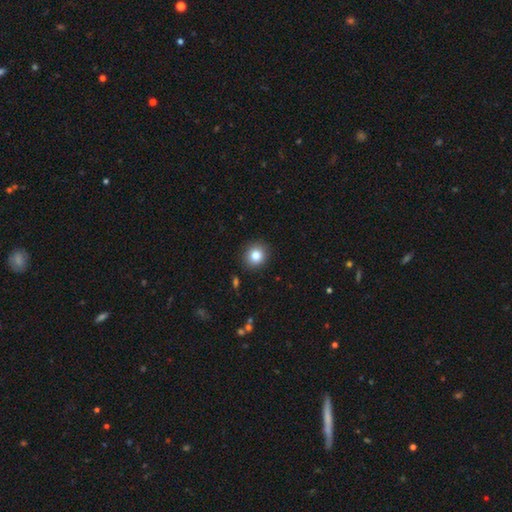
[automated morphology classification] This appears to be a smooth galaxy with no disk features (82%) that is round (85%). Merging: none (90%).